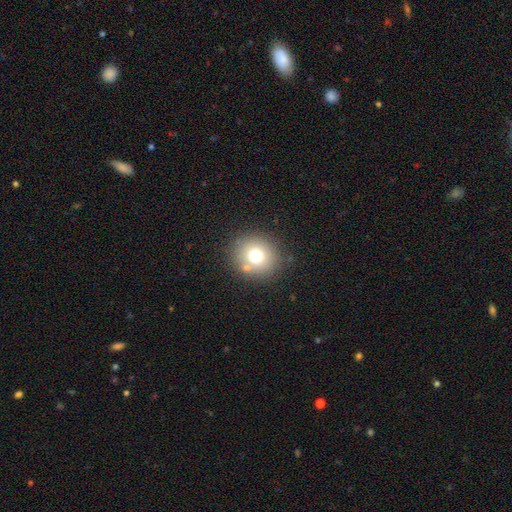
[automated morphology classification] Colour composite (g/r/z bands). It shows a smooth galaxy with no disk features (71%) that is round (85%). Merging: none (80%).